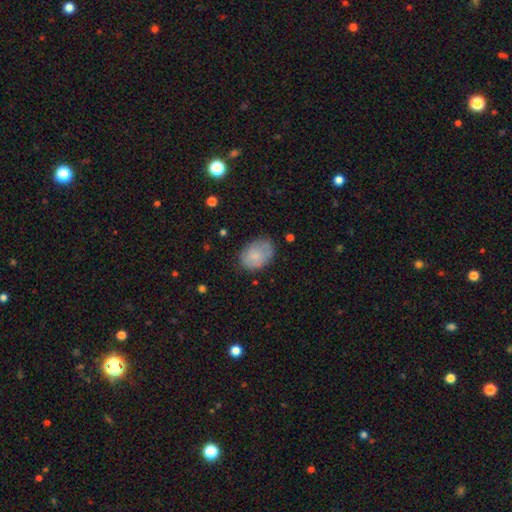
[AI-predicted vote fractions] Smooth or featured?
  - smooth: 76% *
  - featured or disk: 17%
  - star or artifact: 7%
How rounded?
  - in between: 77% *
  - round: 22%
  - cigar-shaped: 1%
Merging?
  - none: 68% *
  - minor disturbance: 23%
  - major disturbance: 6%
  - merger: 2%